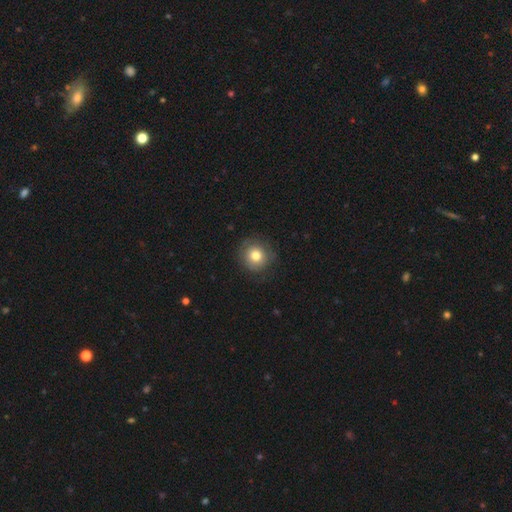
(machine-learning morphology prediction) A smooth galaxy with no disk features (77%) that is round (92%). Merging: none (83%).